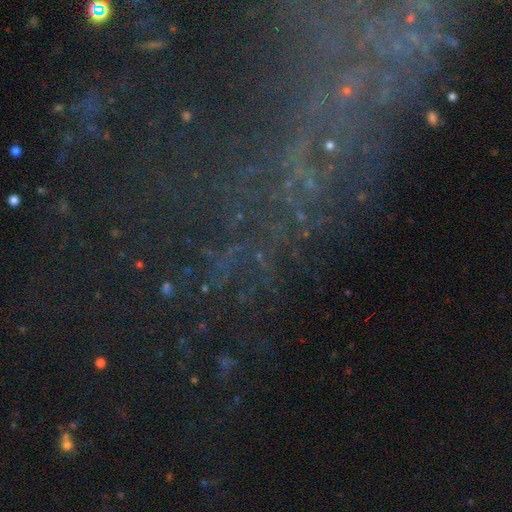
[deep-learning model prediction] A star or artifact, not a galaxy (67%).